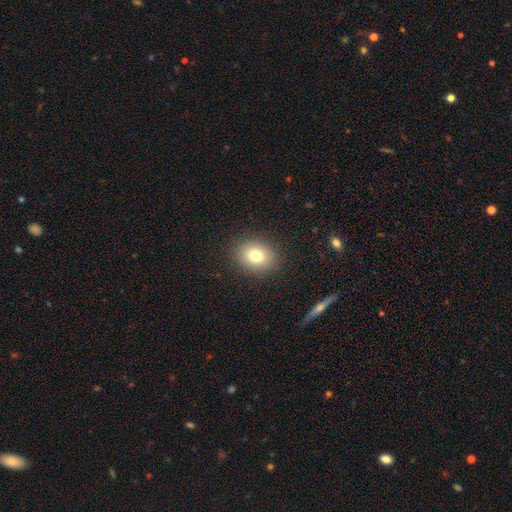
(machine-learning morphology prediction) smooth_or_featured: smooth (p=0.78) [alt: star or artifact p=0.11]
how_rounded: round (p=0.52) [alt: in between p=0.47]
merging: none (p=0.88) [alt: minor disturbance p=0.08]